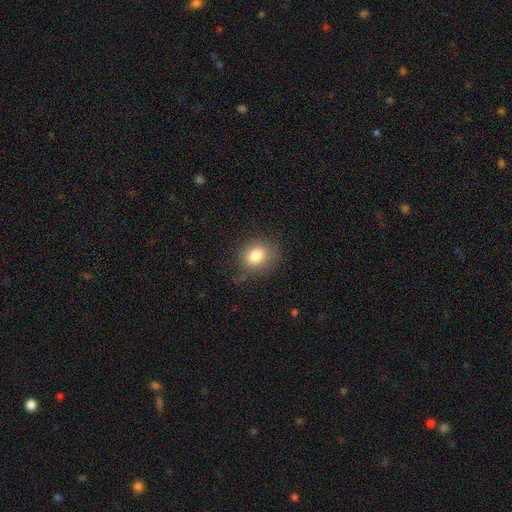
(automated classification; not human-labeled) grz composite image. It shows a smooth galaxy with no disk features (82%) that is round (60%). Merging: none (71%).